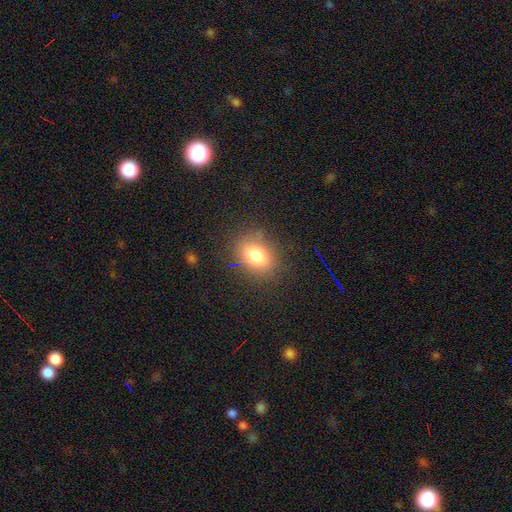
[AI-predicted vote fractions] Overall: smooth (79%). How rounded: in between (76%). Merging: none (80%).